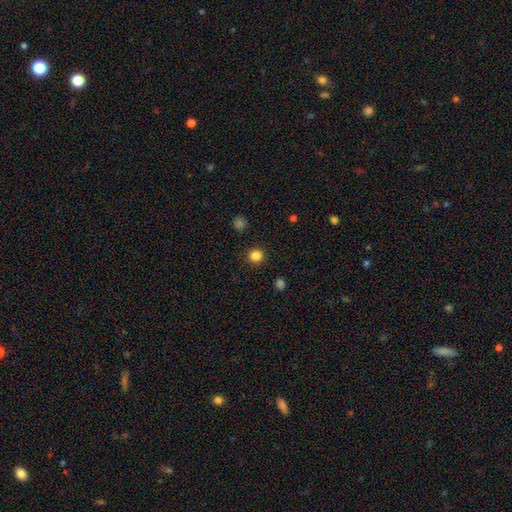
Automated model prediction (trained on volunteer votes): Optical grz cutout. It shows a smooth galaxy with no disk features (84%) that is round (95%). Merging: none (92%).